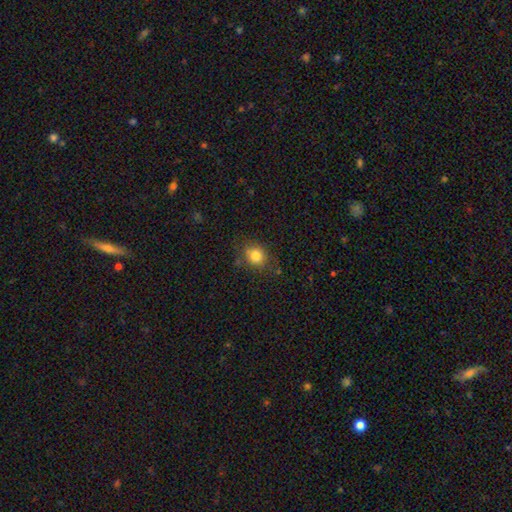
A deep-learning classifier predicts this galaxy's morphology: Smooth or featured? smooth (81%)
How rounded? round (76%)
Merging? none (78%)